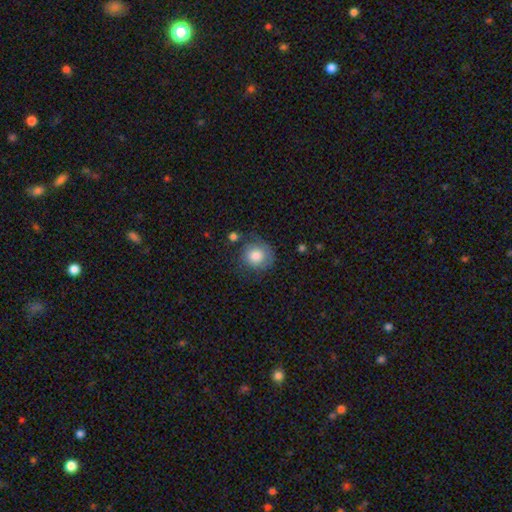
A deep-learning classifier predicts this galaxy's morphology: type=smooth (68%); roundness=round (84%); merging=none (58%).